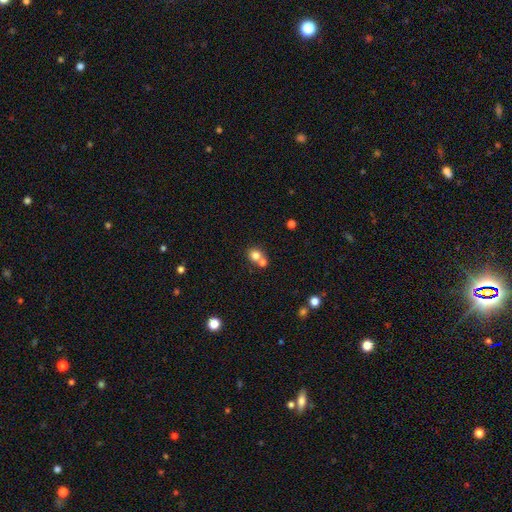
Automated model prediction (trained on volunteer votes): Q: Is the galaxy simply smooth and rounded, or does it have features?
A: smooth — 78%.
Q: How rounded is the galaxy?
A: round — 80%.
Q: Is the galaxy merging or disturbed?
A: merger — 46%.